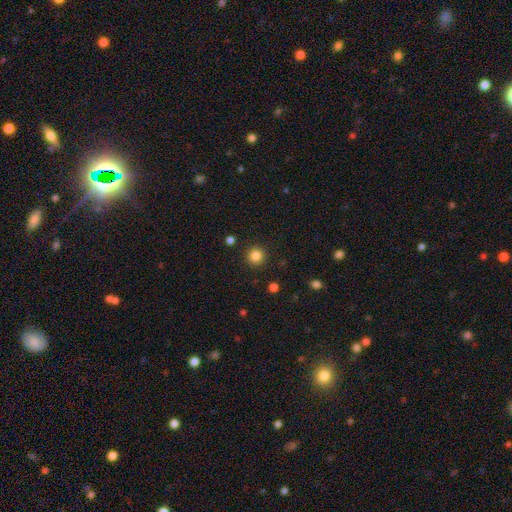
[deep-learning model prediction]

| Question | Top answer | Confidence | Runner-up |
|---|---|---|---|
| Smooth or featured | smooth | 84% | star or artifact (12%) |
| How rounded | round | 95% | in between (4%) |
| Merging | none | 91% | minor disturbance (5%) |